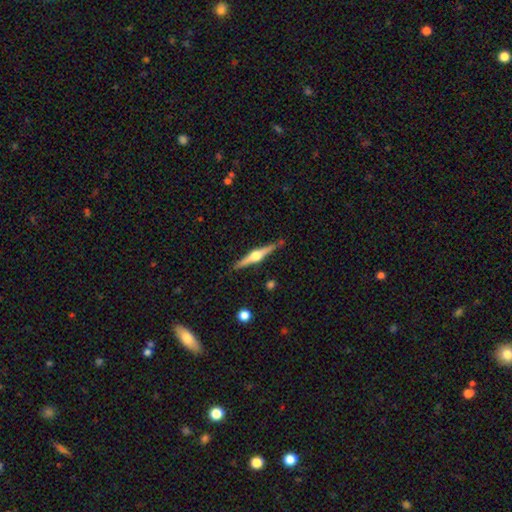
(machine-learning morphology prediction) smooth_or_featured: featured or disk (p=0.77) [alt: smooth p=0.18]
disk_edge_on: yes (p=0.98) [alt: no p=0.02]
edge_on_bulge: rounded (p=0.95) [alt: boxy p=0.03]
merging: none (p=0.87) [alt: minor disturbance p=0.09]